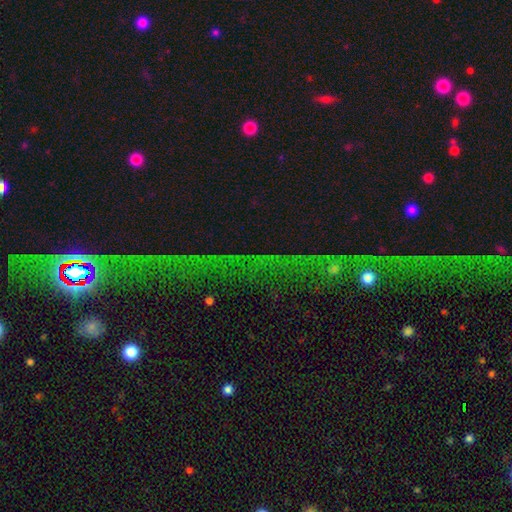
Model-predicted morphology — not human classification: This is likely a star or artifact rather than a galaxy (79%).